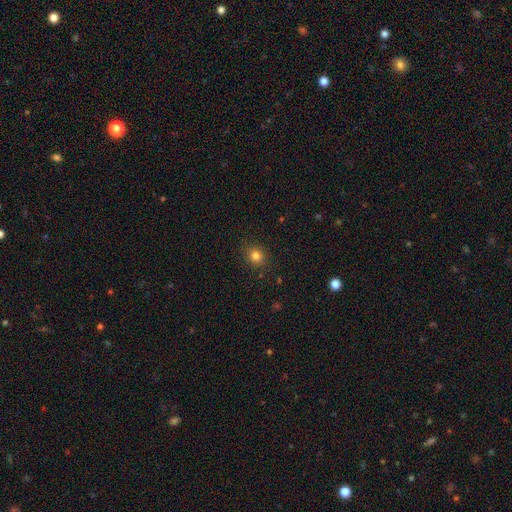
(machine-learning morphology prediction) Smooth or featured? Predicted: smooth (p=0.81). How rounded? Predicted: round (p=0.78). Merging? Predicted: none (p=0.88).